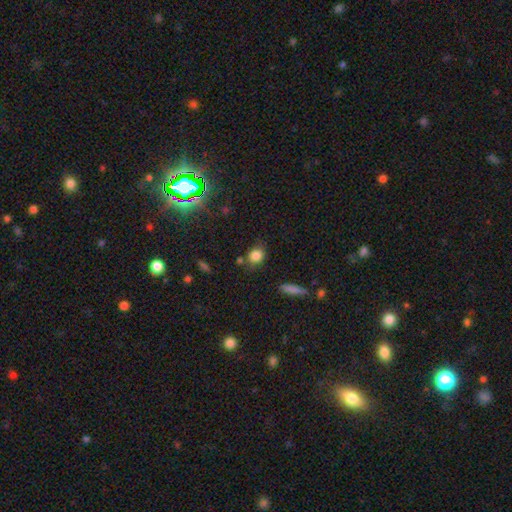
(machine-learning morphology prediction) type=smooth (83%); roundness=round (61%); merging=none (70%).